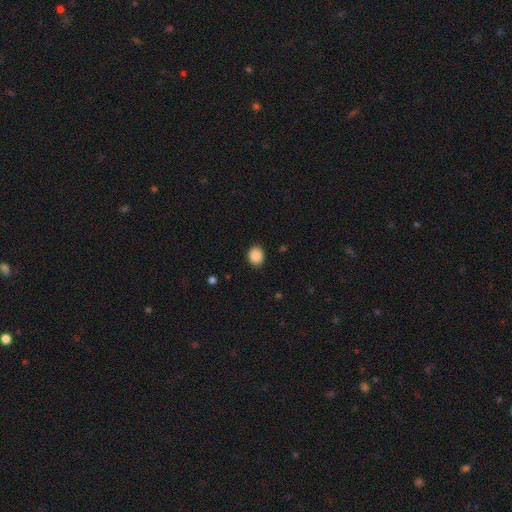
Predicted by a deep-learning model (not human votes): Q: Smooth or featured?
A: smooth (89%); runner-up: star or artifact (9%)
Q: How rounded?
A: round (67%); runner-up: in between (32%)
Q: Merging?
A: none (90%); runner-up: minor disturbance (7%)